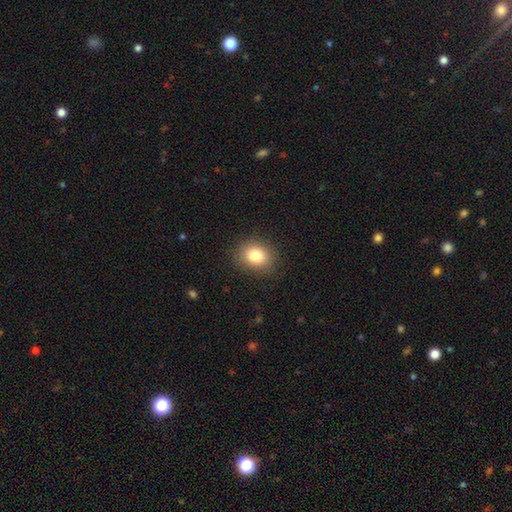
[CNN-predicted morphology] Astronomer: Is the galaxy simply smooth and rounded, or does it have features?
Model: smooth — 82%.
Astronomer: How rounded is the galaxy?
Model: round — 57% (runner-up: in between, 42%).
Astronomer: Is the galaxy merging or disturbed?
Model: none — 87%.